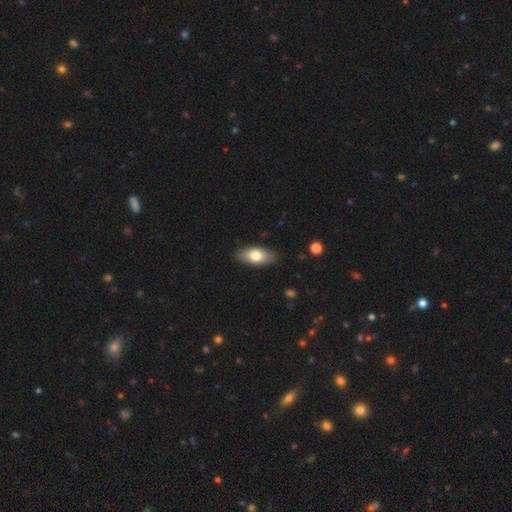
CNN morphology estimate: Q: Smooth or featured?
A: smooth (74%); runner-up: featured or disk (20%)
Q: How rounded?
A: in between (86%); runner-up: cigar-shaped (11%)
Q: Merging?
A: none (87%); runner-up: minor disturbance (10%)